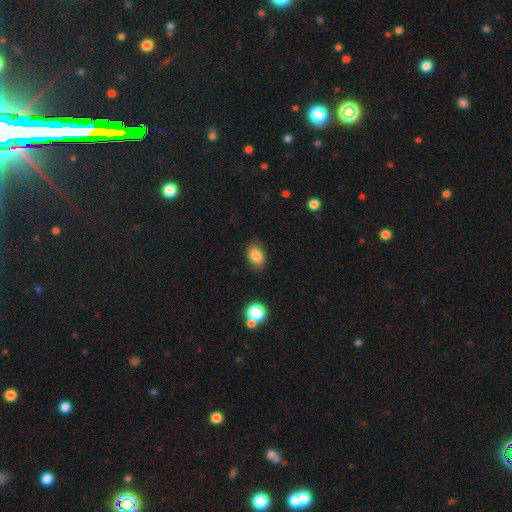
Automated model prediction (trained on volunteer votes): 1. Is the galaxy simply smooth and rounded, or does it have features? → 84% smooth, 9% star or artifact, 7% featured or disk.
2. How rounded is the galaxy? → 82% in between, 16% round, 1% cigar-shaped.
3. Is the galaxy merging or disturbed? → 82% none, 13% minor disturbance, 3% major disturbance, 2% merger.